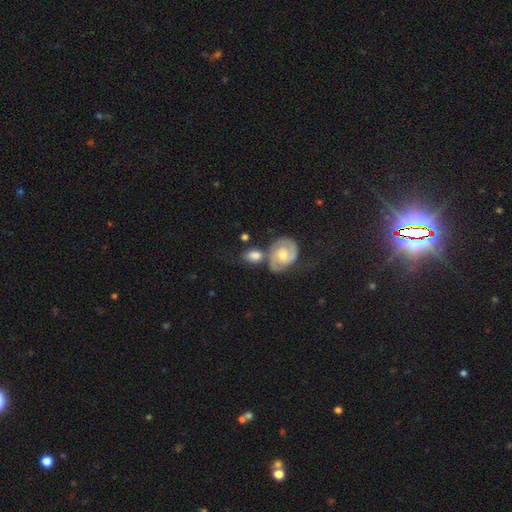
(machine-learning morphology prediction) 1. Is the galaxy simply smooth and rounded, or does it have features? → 58% featured or disk, 33% smooth, 9% star or artifact.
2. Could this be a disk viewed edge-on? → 95% no, 5% yes.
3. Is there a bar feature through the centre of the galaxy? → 54% no, 37% weak, 9% strong.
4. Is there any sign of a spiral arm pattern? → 90% yes, 10% no.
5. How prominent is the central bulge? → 54% moderate, 37% small, 5% large, 3% none, 2% dominant.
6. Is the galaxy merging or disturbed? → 50% none, 30% merger, 14% minor disturbance, 6% major disturbance.